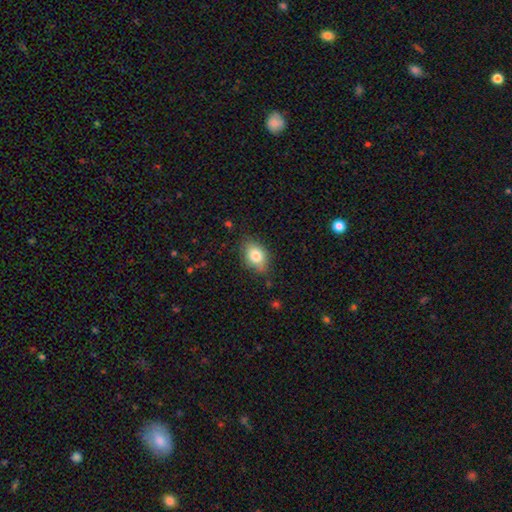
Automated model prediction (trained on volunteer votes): This appears to be a smooth galaxy with no disk features (81%) that is in between round and cigar-shaped (82%). Merging: none (77%).